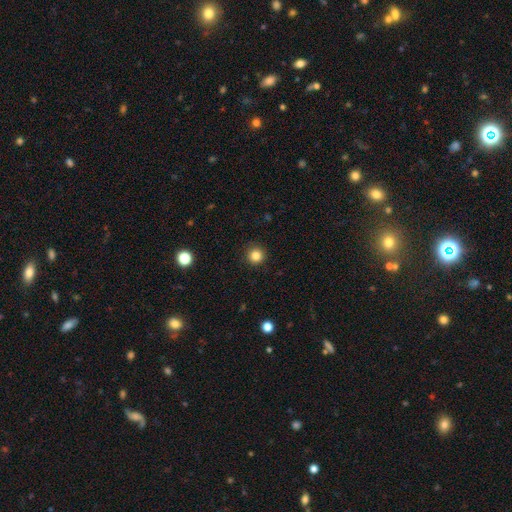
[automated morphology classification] A smooth galaxy with no disk features (84%) that is round (95%).

Vote fractions:
- Smooth or featured? smooth: 84% / star or artifact: 12% / featured or disk: 4%
- How rounded? round: 95% / in between: 4% / cigar-shaped: 1%
- Merging? none: 91% / minor disturbance: 6% / major disturbance: 2% / merger: 1%